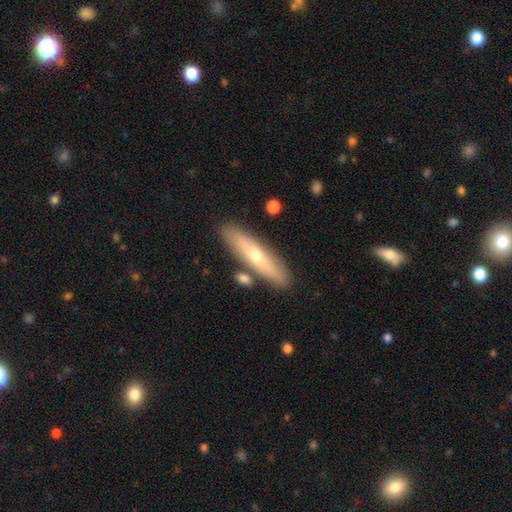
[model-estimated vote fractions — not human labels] Morphology: type=smooth (55%); roundness=cigar-shaped (75%); merging=none (80%).